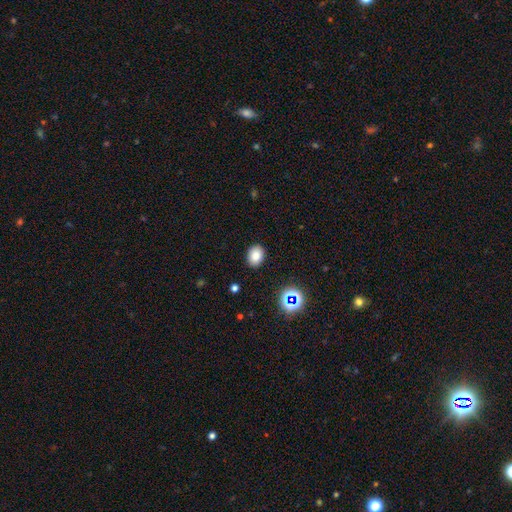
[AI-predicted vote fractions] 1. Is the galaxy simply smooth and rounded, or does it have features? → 82% smooth, 13% star or artifact, 5% featured or disk.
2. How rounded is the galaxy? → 66% in between, 34% round, 1% cigar-shaped.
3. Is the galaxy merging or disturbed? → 88% none, 8% minor disturbance, 2% major disturbance, 1% merger.